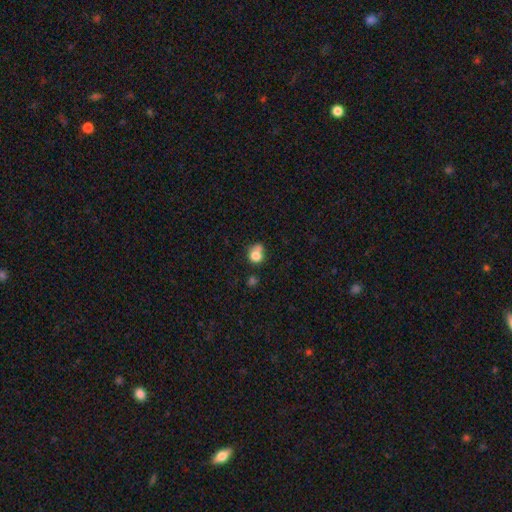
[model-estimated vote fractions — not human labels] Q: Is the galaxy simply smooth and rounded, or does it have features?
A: smooth — 77%.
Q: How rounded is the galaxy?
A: round — 68%.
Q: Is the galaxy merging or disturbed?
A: merger — 39%.